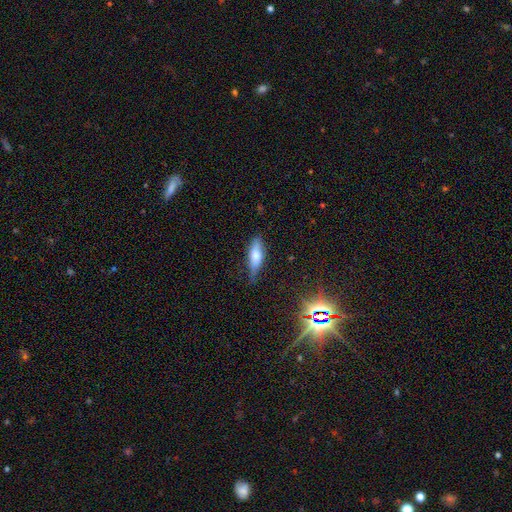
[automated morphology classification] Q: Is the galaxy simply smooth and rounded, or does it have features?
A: smooth — 66%.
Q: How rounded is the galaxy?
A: in between — 50%.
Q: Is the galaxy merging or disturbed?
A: none — 71%.